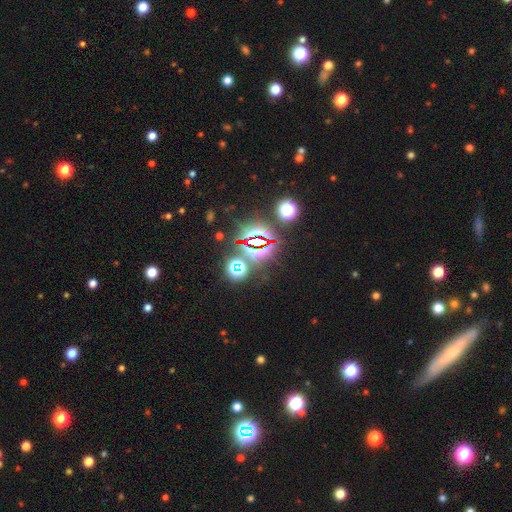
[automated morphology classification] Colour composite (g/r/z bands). It shows a star or artifact, not a galaxy (74%).